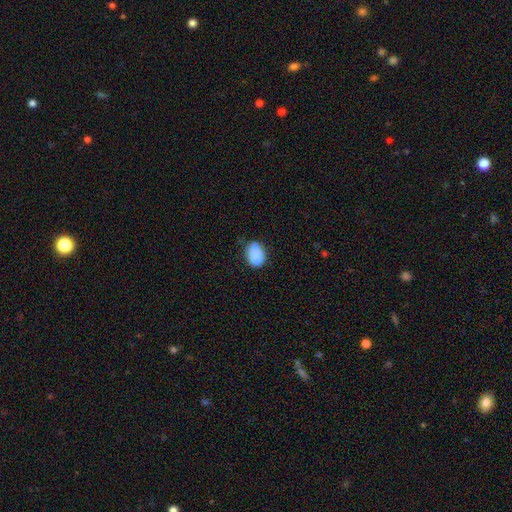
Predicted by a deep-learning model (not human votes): Smooth or featured: smooth — 84% (star or artifact — 9%)
How rounded: in between — 78% (round — 20%)
Merging: none — 59% (minor disturbance — 31%)